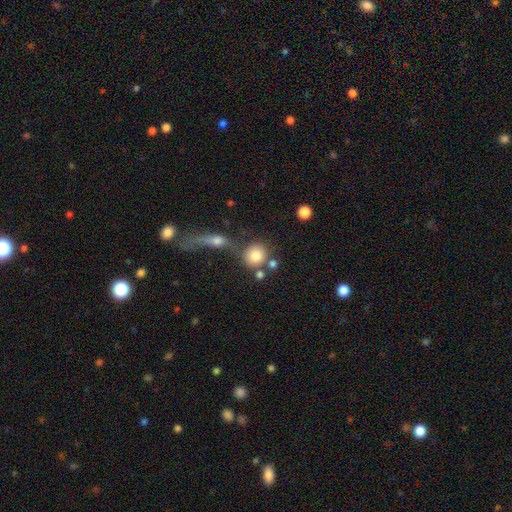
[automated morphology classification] Overall: smooth (79%). How rounded: round (86%). Merging: none (56%; merger 27%).